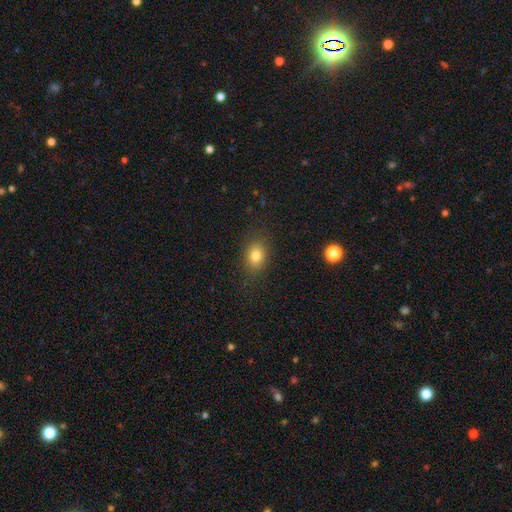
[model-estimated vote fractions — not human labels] Smooth or featured: smooth — 81% (star or artifact — 11%)
How rounded: in between — 67% (round — 32%)
Merging: none — 85% (minor disturbance — 11%)